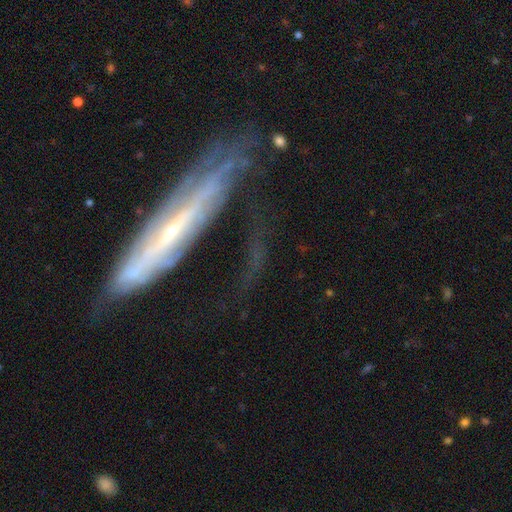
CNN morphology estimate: This appears to be a featured or disk galaxy (79%) with not edge-on (50%, tied with yes). Merging: none (52%).